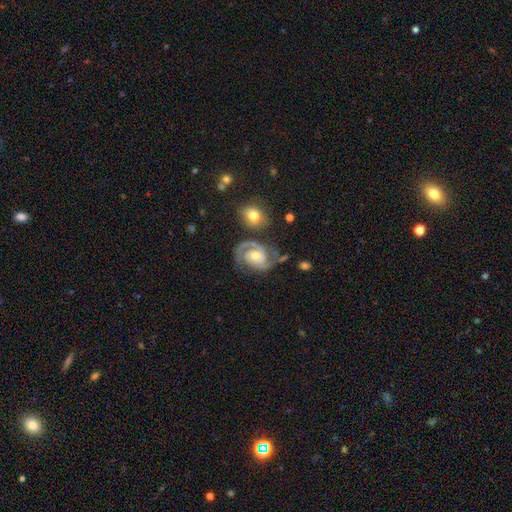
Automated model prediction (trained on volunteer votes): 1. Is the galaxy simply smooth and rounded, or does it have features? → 89% featured or disk, 6% smooth, 6% star or artifact.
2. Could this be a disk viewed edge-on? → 98% no, 2% yes.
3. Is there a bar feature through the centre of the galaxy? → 58% no, 32% weak, 10% strong.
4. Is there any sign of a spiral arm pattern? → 97% yes, 3% no.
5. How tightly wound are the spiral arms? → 49% medium, 41% tight, 11% loose.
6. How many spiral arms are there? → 88% 2, 4% can't tell, 3% 1, 3% 3, 1% 4, 1% more than 4.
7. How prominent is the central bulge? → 56% moderate, 37% small, 4% large, 2% none, 1% dominant.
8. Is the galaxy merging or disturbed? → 66% none, 18% minor disturbance, 9% major disturbance, 7% merger.